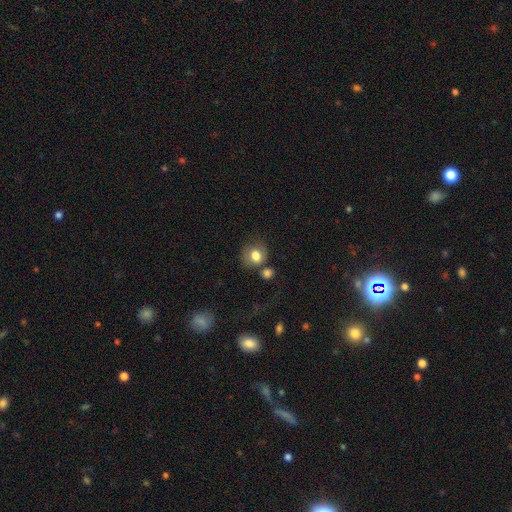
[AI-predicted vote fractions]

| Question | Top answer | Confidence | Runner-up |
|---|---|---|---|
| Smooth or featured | smooth | 78% | featured or disk (12%) |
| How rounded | round | 68% | in between (31%) |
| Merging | none | 55% | minor disturbance (20%) |